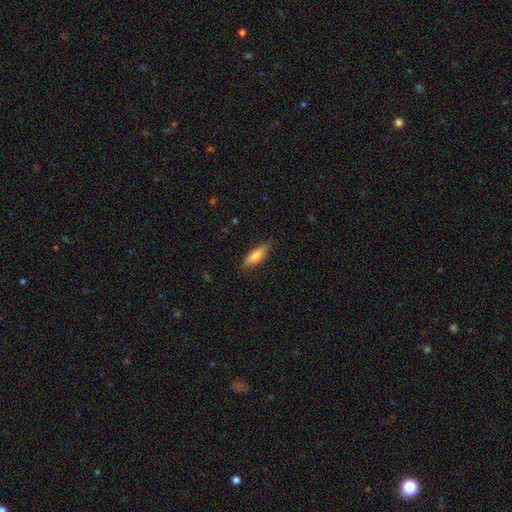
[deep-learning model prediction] smooth_or_featured: smooth (p=0.73) [alt: featured or disk p=0.20]
how_rounded: cigar-shaped (p=0.53) [alt: in between p=0.46]
merging: none (p=0.84) [alt: minor disturbance p=0.13]